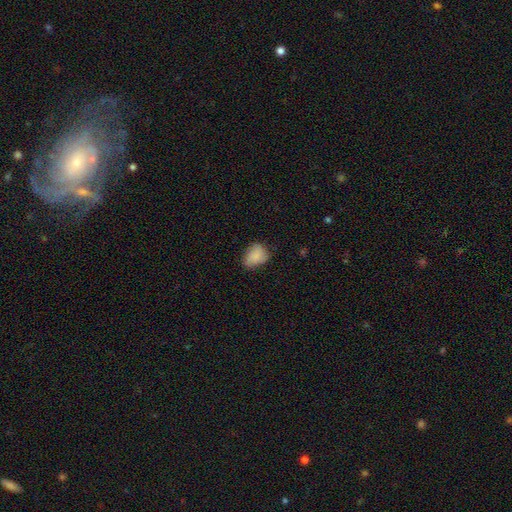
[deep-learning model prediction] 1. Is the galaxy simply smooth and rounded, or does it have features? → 80% smooth, 12% featured or disk, 8% star or artifact.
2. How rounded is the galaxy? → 67% in between, 32% round, 1% cigar-shaped.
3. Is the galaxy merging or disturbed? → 58% none, 32% minor disturbance, 8% major disturbance, 1% merger.